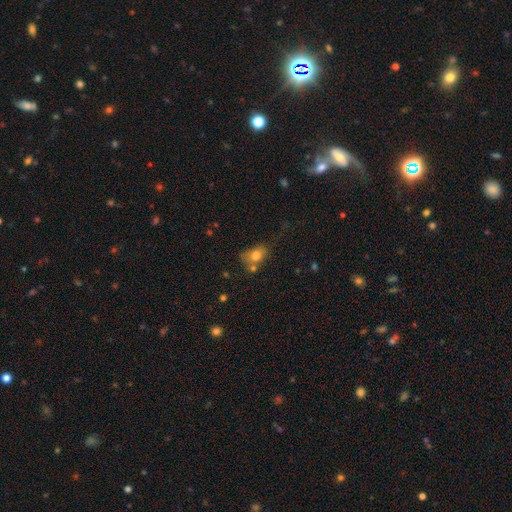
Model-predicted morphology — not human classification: Smooth or featured? Predicted: smooth (p=0.76). How rounded? Predicted: in between (p=0.70). Merging? Predicted: none (p=0.43).